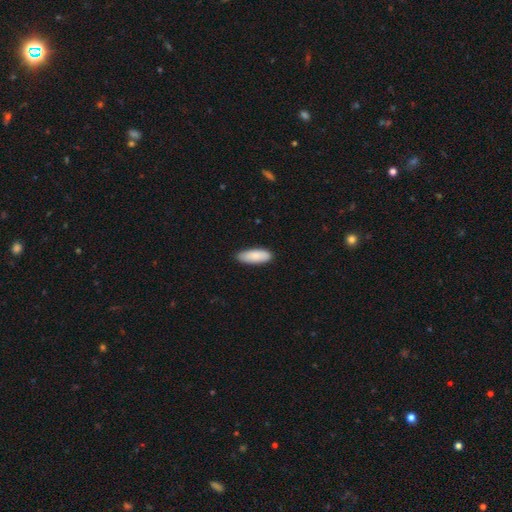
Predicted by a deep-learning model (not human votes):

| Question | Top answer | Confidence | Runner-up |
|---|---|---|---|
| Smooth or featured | smooth | 88% | featured or disk (7%) |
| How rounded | in between | 71% | cigar-shaped (28%) |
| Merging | none | 86% | minor disturbance (11%) |